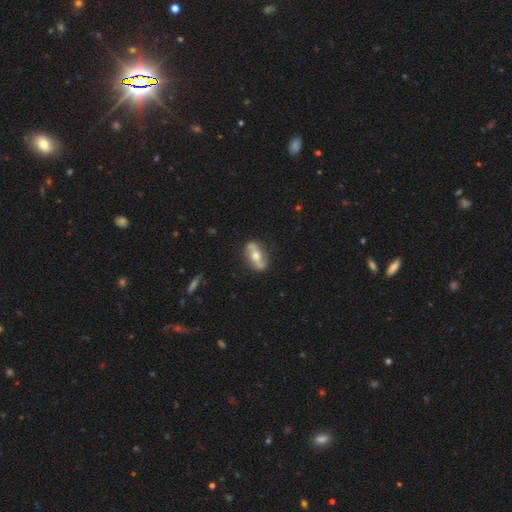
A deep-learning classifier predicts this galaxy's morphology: Smooth or featured: featured or disk — 68% (smooth — 27%)
Edge-on disk: no — 63% (yes — 37%)
Merging: none — 83% (minor disturbance — 12%)